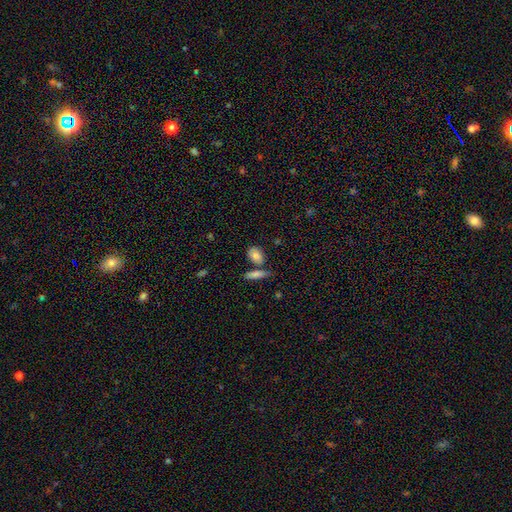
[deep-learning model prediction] Q: Smooth or featured?
A: smooth (81%); runner-up: featured or disk (11%)
Q: How rounded?
A: in between (75%); runner-up: round (19%)
Q: Merging?
A: none (63%); runner-up: merger (19%)